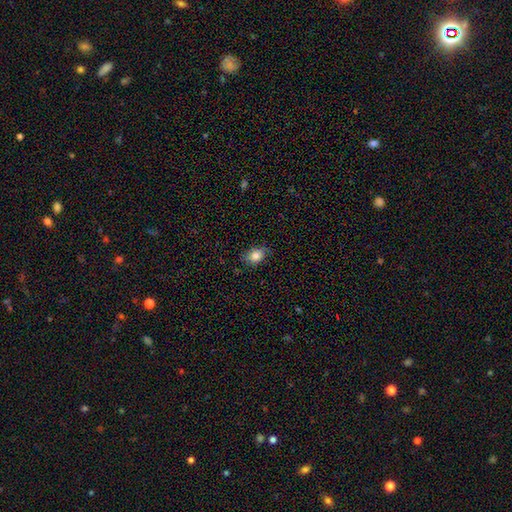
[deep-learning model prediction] A smooth galaxy with no disk features (82%) that is in between round and cigar-shaped (69%). Merging: none (72%).